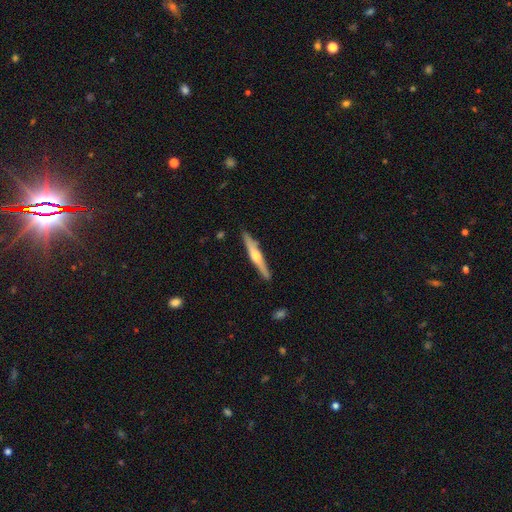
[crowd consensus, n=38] Morphology: type=featured or disk (61%); edge-on=yes (96%); edge-on bulge=rounded (95%); merging=none (82%).